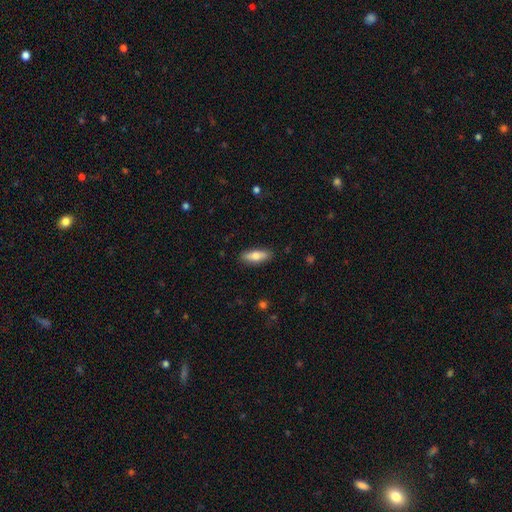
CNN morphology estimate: smooth 71%, featured or disk 24%, star or artifact 6%. Down the decision tree: how rounded — in between (63%); merging — none (87%).